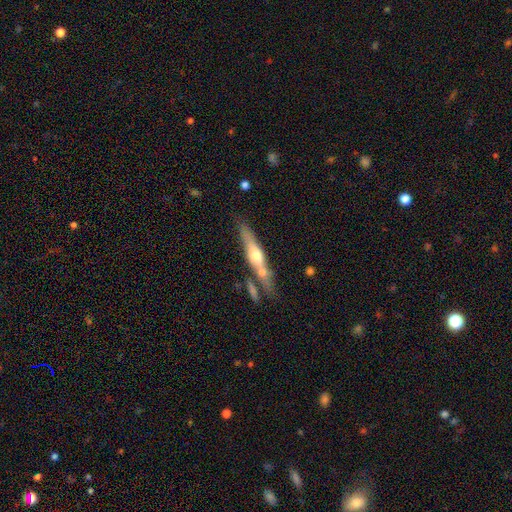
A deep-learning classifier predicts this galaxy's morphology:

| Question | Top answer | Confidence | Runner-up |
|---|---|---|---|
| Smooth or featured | featured or disk | 57% | smooth (37%) |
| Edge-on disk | yes | 91% | no (9%) |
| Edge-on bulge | rounded | 89% | boxy (6%) |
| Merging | none | 64% | merger (19%) |